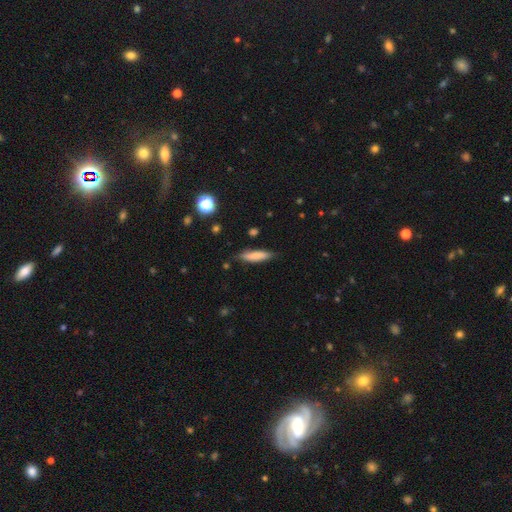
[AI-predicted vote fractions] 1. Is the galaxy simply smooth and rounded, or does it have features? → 80% smooth, 13% featured or disk, 7% star or artifact.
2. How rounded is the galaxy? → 75% cigar-shaped, 23% in between, 2% round.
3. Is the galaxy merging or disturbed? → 80% none, 15% minor disturbance, 3% major disturbance, 2% merger.